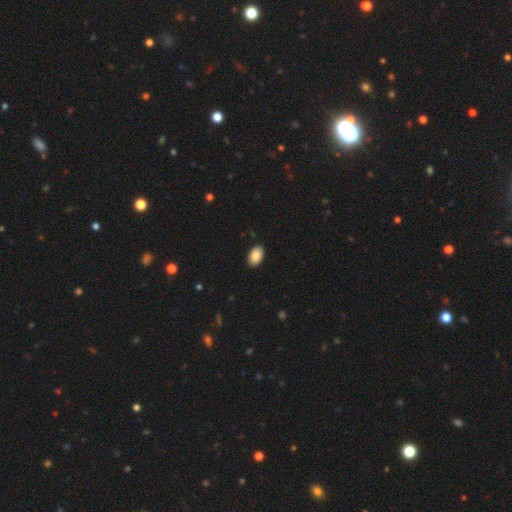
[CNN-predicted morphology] Overall: smooth (89%). How rounded: in between (92%). Merging: none (89%).